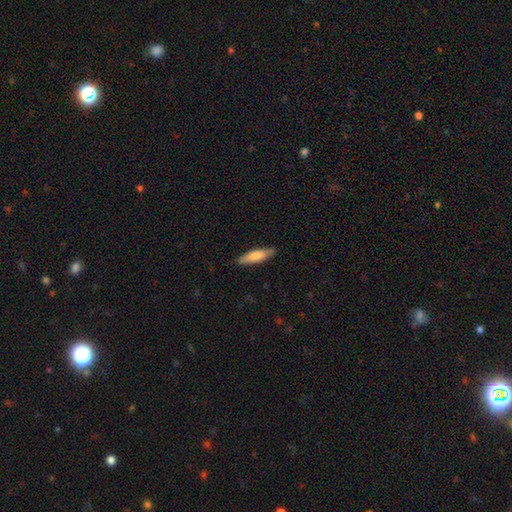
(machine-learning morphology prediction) This appears to be a smooth galaxy with no disk features (76%) that is cigar-shaped (66%). Merging: none (87%).